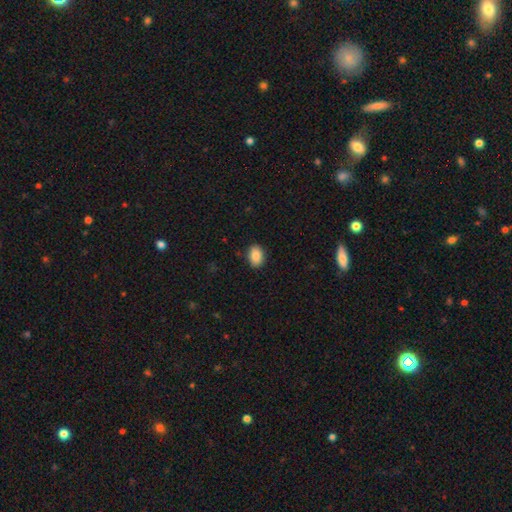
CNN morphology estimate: Smooth or featured?
  - smooth: 88% *
  - star or artifact: 8%
  - featured or disk: 4%
How rounded?
  - in between: 80% *
  - round: 19%
  - cigar-shaped: 1%
Merging?
  - none: 88% *
  - minor disturbance: 9%
  - major disturbance: 2%
  - merger: 1%